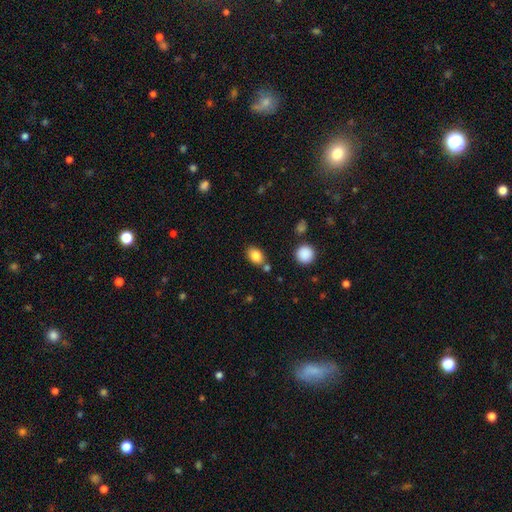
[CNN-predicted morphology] Smooth or featured? Predicted: smooth (p=0.85). How rounded? Predicted: in between (p=0.76). Merging? Predicted: none (p=0.73).